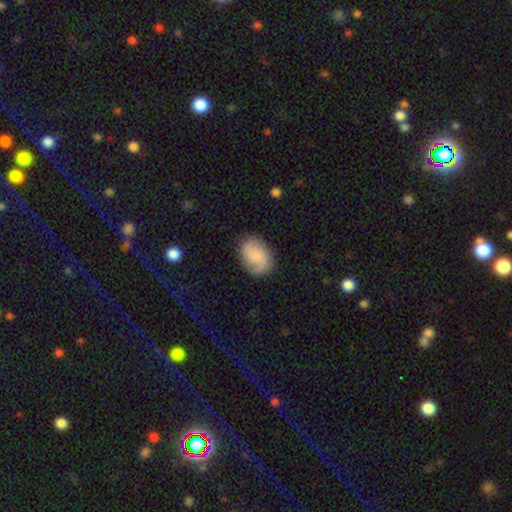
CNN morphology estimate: smooth 51%, featured or disk 41%, star or artifact 7%. Down the decision tree: how rounded — in between (75%); merging — none (80%).